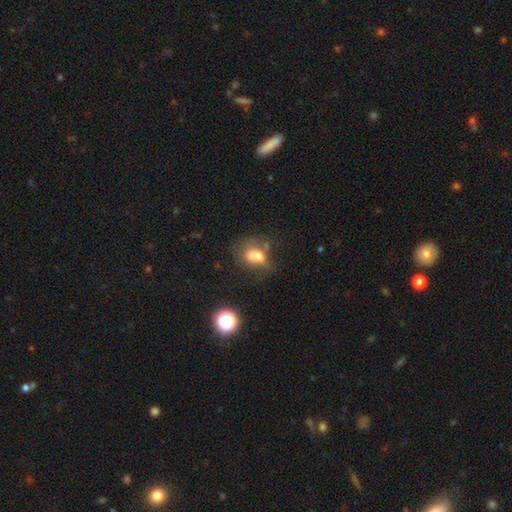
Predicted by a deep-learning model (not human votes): smooth-or-featured: smooth: 59% | featured or disk: 26% | star or artifact: 15%
  how-rounded: in between: 54% | round: 44% | cigar-shaped: 2%
  merging: merger: 43% | none: 26% | major disturbance: 16% | minor disturbance: 15%